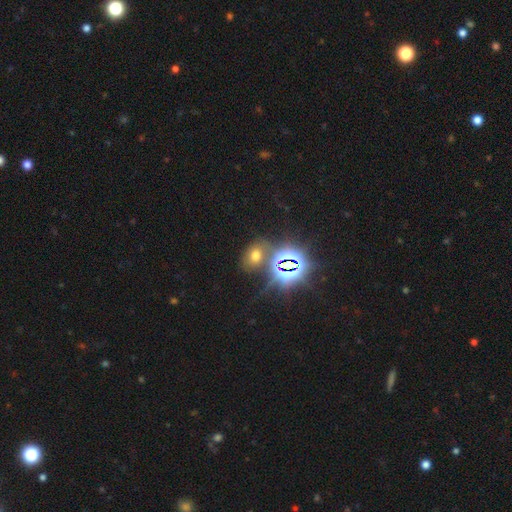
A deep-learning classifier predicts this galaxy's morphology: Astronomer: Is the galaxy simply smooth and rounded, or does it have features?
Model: smooth — 48% (runner-up: star or artifact, 41%).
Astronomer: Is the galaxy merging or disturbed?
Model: none — 69%.